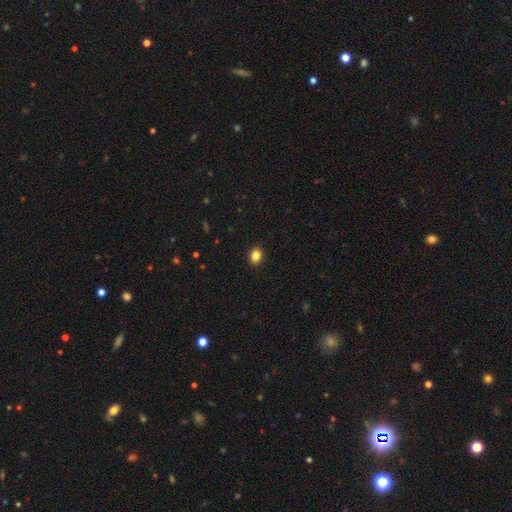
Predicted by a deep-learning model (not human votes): Smooth or featured? smooth (86%)
How rounded? in between (63%)
Merging? none (91%)